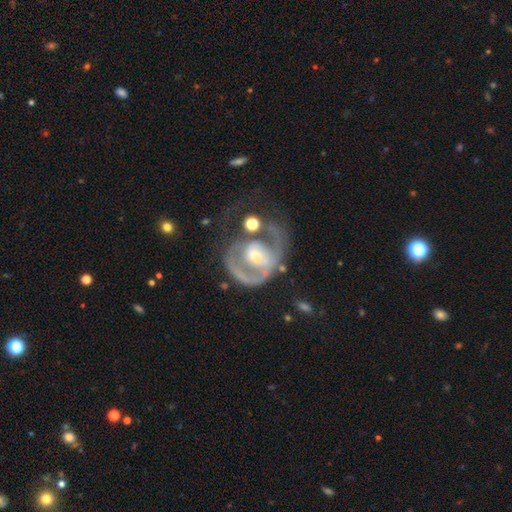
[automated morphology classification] Smooth or featured? featured or disk (79%)
Edge-on disk? no (97%)
Bar? no (56%)
Spiral arms? yes (70%)
Spiral winding? tight (39%)
Spiral arm count? 1 (40%)
Bulge size? moderate (54%)
Merging? major disturbance (39%)